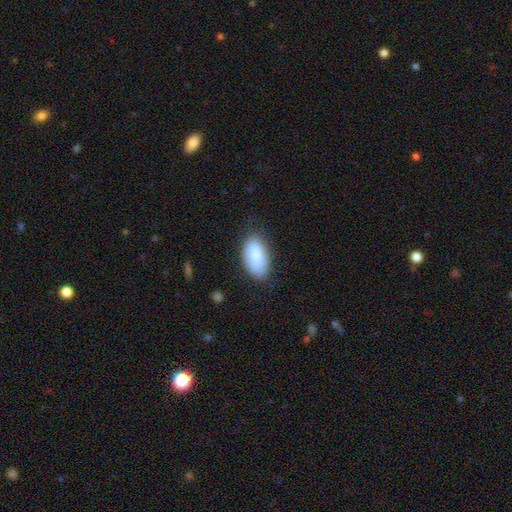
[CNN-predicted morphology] The model was most divided on "merging": none: 75%, minor disturbance: 19%, major disturbance: 5%, merger: 1%. More confident: how rounded — in between (94%); smooth or featured — smooth (85%).